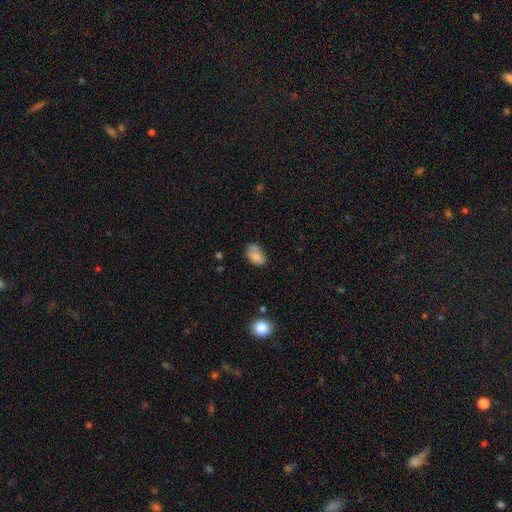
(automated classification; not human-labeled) Smooth or featured?
  - smooth: 76% *
  - featured or disk: 15%
  - star or artifact: 9%
How rounded?
  - in between: 84% *
  - round: 15%
  - cigar-shaped: 1%
Merging?
  - none: 52% *
  - minor disturbance: 26%
  - merger: 14%
  - major disturbance: 8%